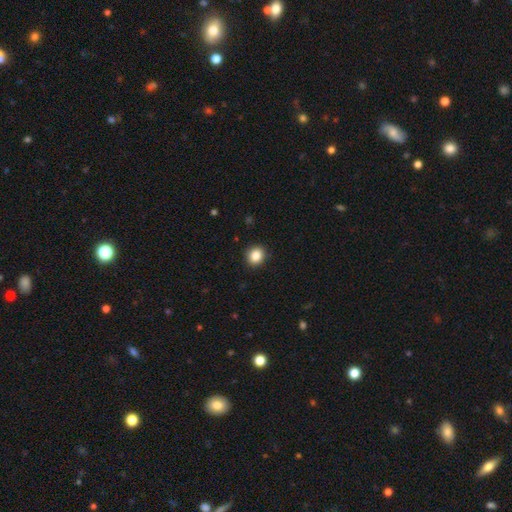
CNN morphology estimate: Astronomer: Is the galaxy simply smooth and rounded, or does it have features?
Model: smooth — 85%.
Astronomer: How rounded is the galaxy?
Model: round — 83%.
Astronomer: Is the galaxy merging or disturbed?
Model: none — 91%.